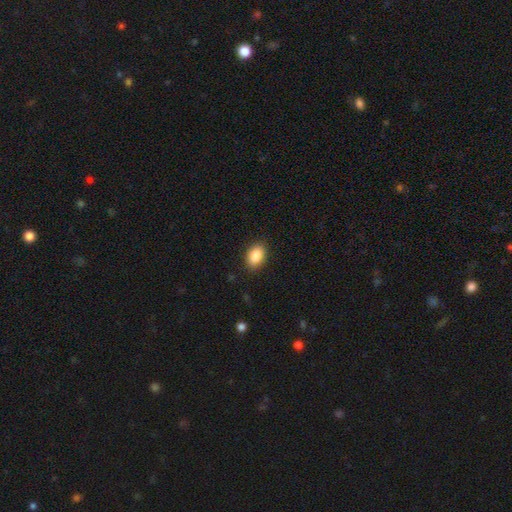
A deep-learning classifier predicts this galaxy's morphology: The model was most divided on "how rounded": in between: 86%, round: 13%, cigar-shaped: 1%. More confident: smooth or featured — smooth (88%); merging — none (88%).